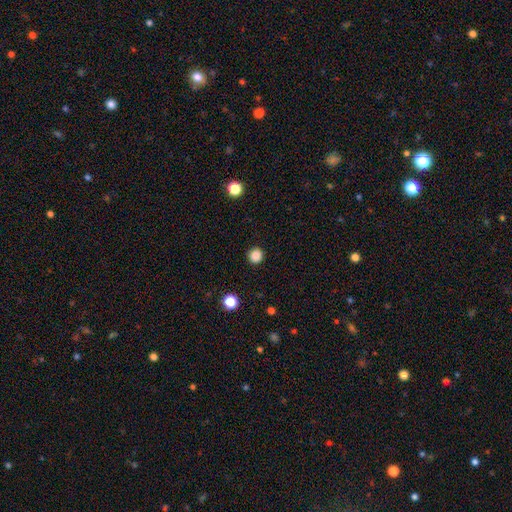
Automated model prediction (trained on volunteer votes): Smooth or featured: smooth — 86% (star or artifact — 11%)
How rounded: round — 93% (in between — 6%)
Merging: none — 92% (minor disturbance — 5%)